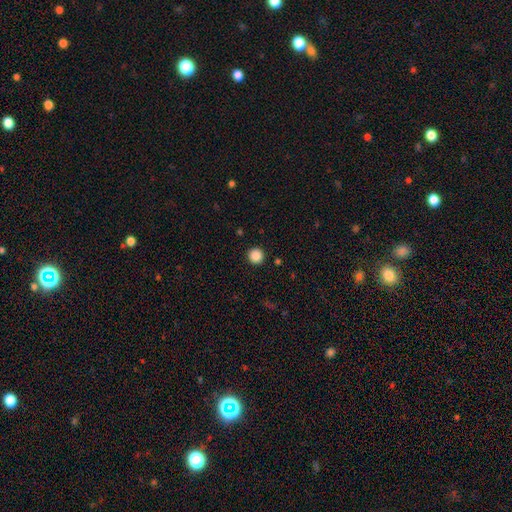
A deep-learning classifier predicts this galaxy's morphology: The model was most divided on "smooth or featured": smooth: 88%, star or artifact: 10%, featured or disk: 2%. More confident: how rounded — round (96%); merging — none (93%).